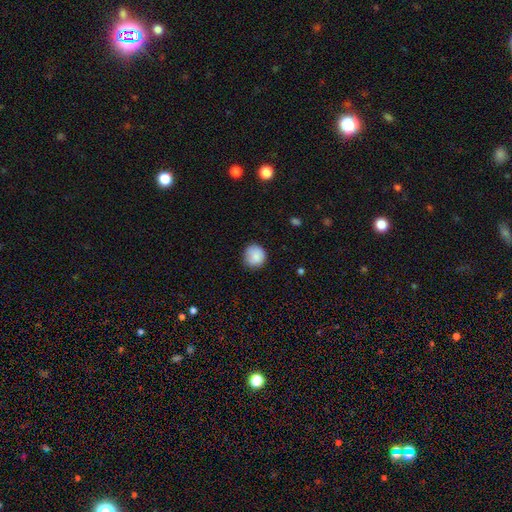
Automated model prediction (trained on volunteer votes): Smooth or featured? smooth (87%)
How rounded? round (89%)
Merging? none (84%)